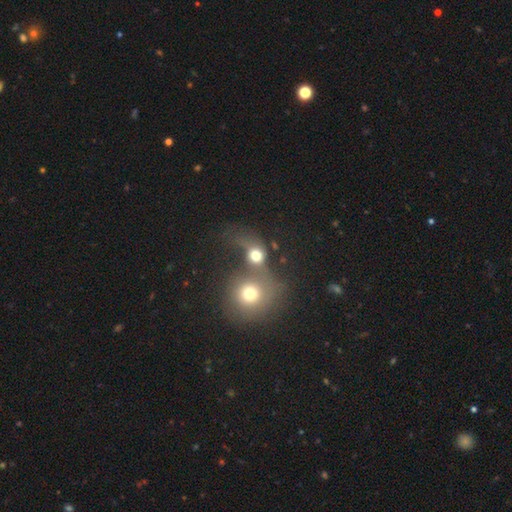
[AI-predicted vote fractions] This is likely a smooth galaxy (68%). How rounded: likely round (73%). Merging: possibly merger (59%).